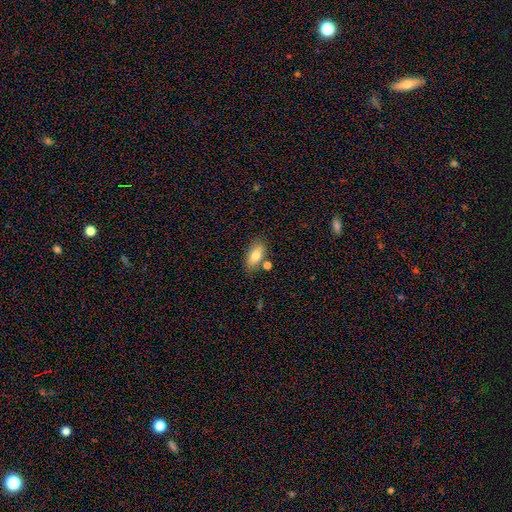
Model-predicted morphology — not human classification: Overall: smooth (77%). How rounded: in between (88%). Merging: none (76%).